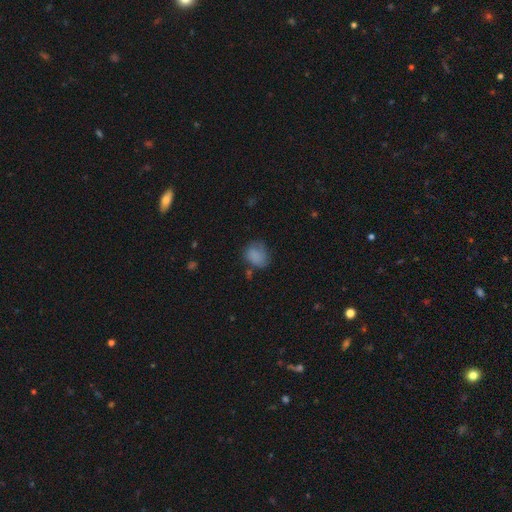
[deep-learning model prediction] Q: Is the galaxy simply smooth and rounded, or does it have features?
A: smooth — 79%.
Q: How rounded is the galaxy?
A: round — 51%.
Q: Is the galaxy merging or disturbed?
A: none — 52%.